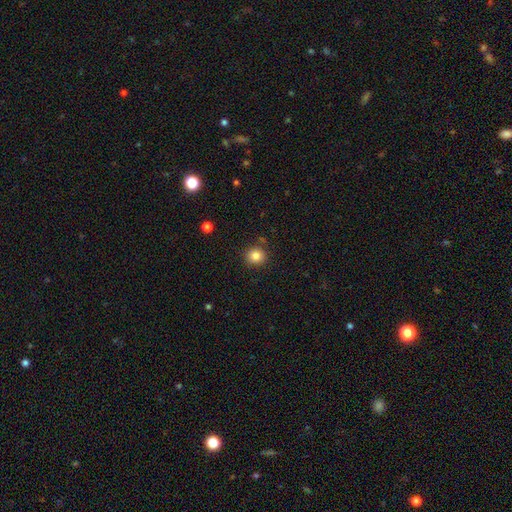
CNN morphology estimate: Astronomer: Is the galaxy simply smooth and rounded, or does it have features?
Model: smooth — 83%.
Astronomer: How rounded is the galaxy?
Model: round — 90%.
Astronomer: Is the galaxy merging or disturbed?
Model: none — 87%.